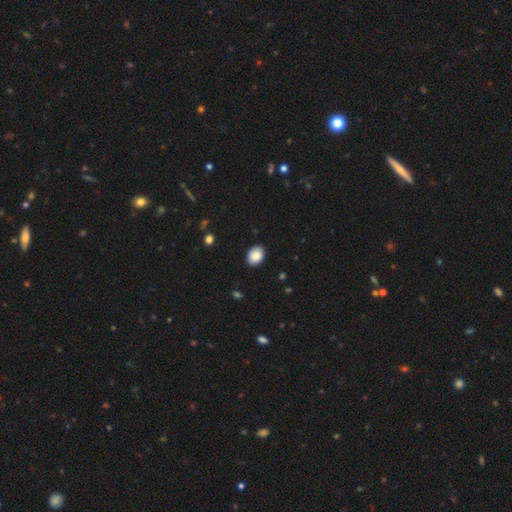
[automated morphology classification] Smooth or featured?
  - smooth: 89% *
  - star or artifact: 7%
  - featured or disk: 4%
How rounded?
  - in between: 70% *
  - round: 29%
  - cigar-shaped: 1%
Merging?
  - none: 88% *
  - minor disturbance: 9%
  - major disturbance: 2%
  - merger: 1%